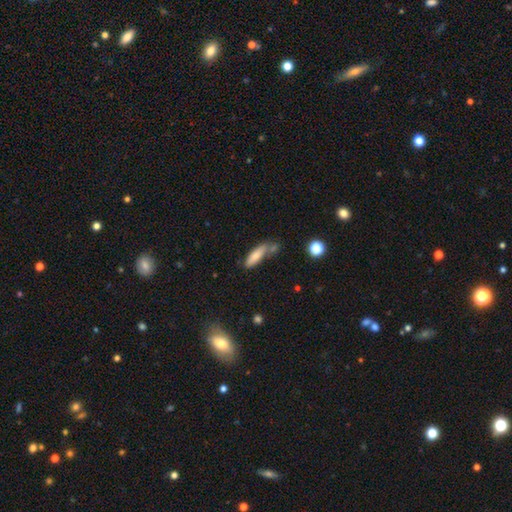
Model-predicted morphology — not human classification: The model was most divided on "how rounded": cigar-shaped: 60%, in between: 38%, round: 2%. Remaining: smooth or featured — smooth (76%); merging — none (46%).